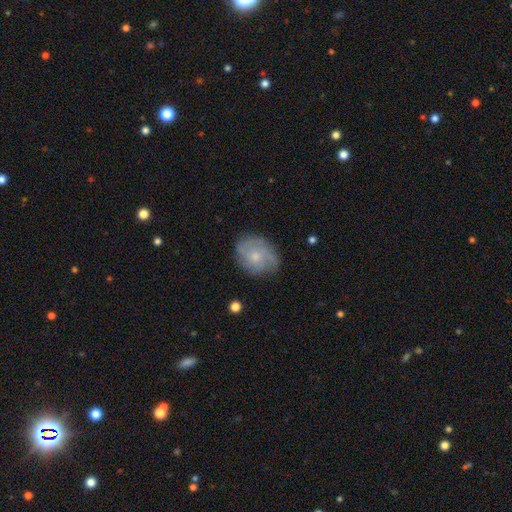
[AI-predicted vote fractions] Morphology: type=smooth (50%); roundness=round (52%); merging=none (72%).